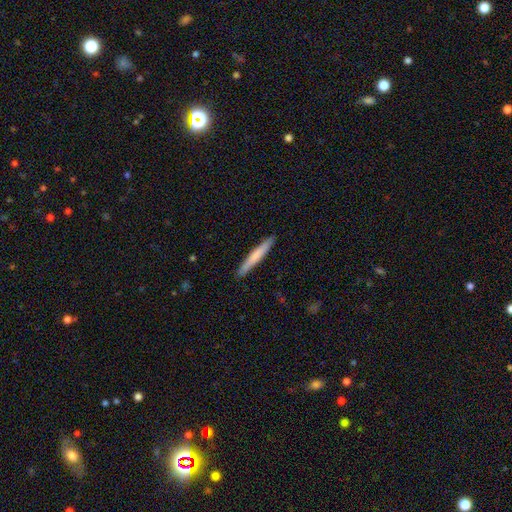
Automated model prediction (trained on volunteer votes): Smooth or featured? Predicted: smooth (p=0.70). How rounded? Predicted: cigar-shaped (p=0.96). Merging? Predicted: none (p=0.91).